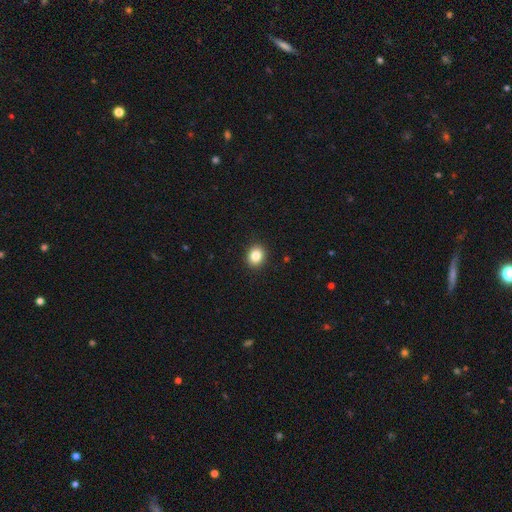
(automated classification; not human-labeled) Morphology: type=smooth (84%); roundness=round (61%); merging=none (91%).